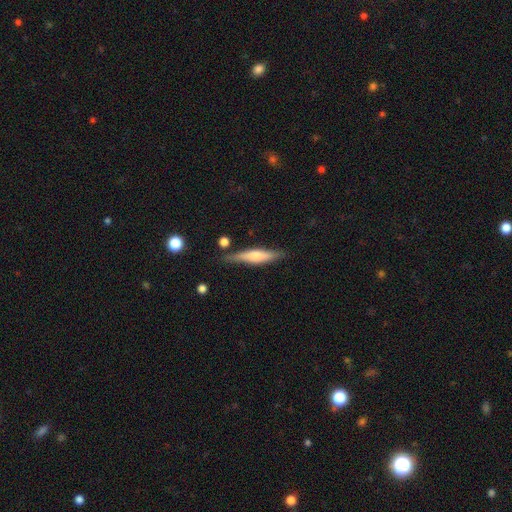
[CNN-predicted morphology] smooth-or-featured: featured or disk: 47% (tied) | smooth: 47% (tied) | star or artifact: 6%
  merging: none: 78% | minor disturbance: 15% | merger: 4% | major disturbance: 4%